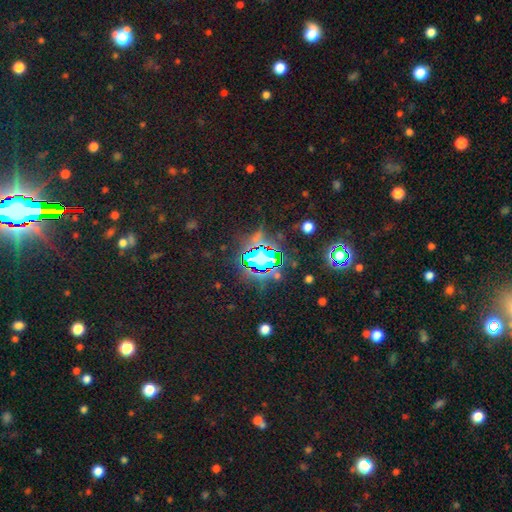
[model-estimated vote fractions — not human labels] This is clearly a star or artifact rather than a galaxy (84%).